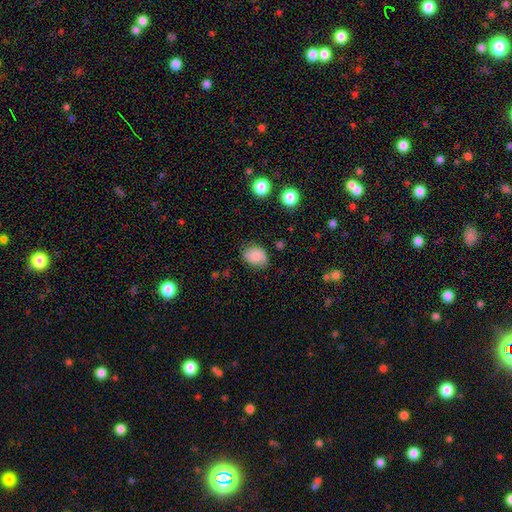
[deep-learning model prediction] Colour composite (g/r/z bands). It shows a smooth galaxy with no disk features (72%) that is in between round and cigar-shaped (63%). Merging: none (71%).